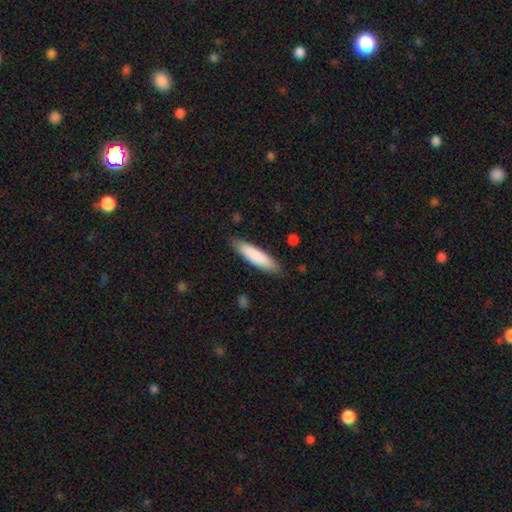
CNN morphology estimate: This appears to be a smooth galaxy with no disk features (85%) that is cigar-shaped (75%). Merging: none (87%).